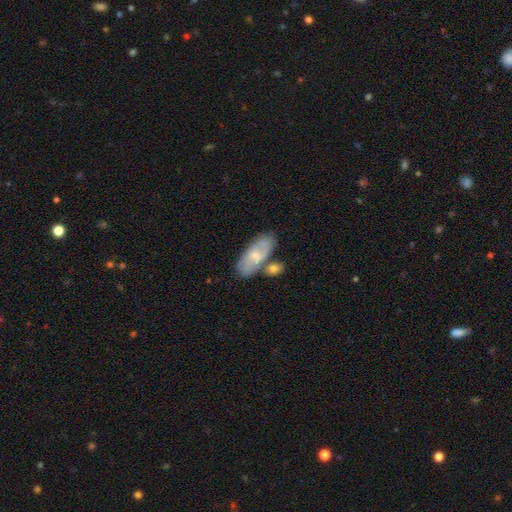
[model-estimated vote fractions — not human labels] smooth 54%, featured or disk 41%, star or artifact 6%. Down the decision tree: how rounded — in between (86%); merging — none (56%).